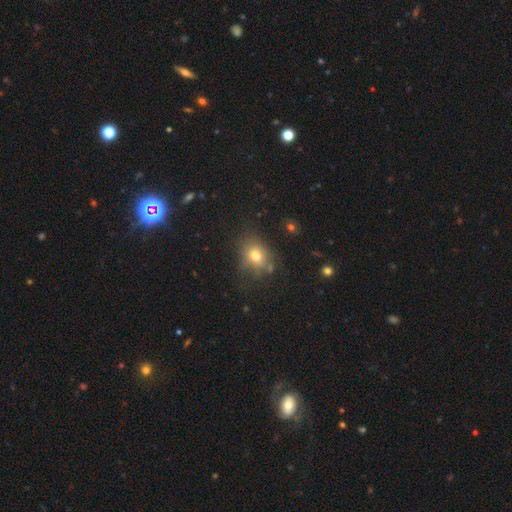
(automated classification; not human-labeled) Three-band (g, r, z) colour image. It shows a smooth galaxy with no disk features (73%) that is round (56%). Merging: none (68%).